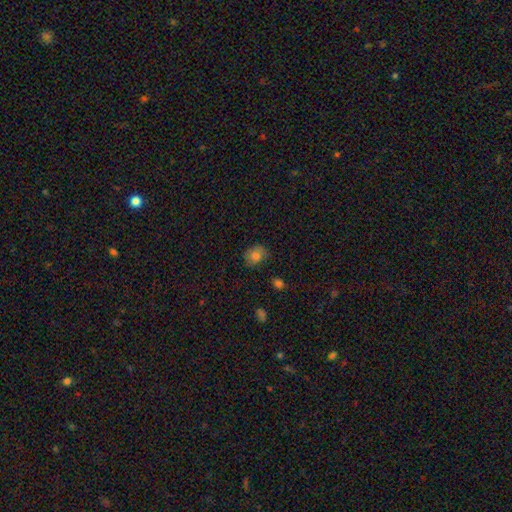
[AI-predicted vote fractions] Smooth or featured: smooth — 80% (star or artifact — 11%)
How rounded: in between — 53% (round — 46%)
Merging: none — 74% (minor disturbance — 20%)